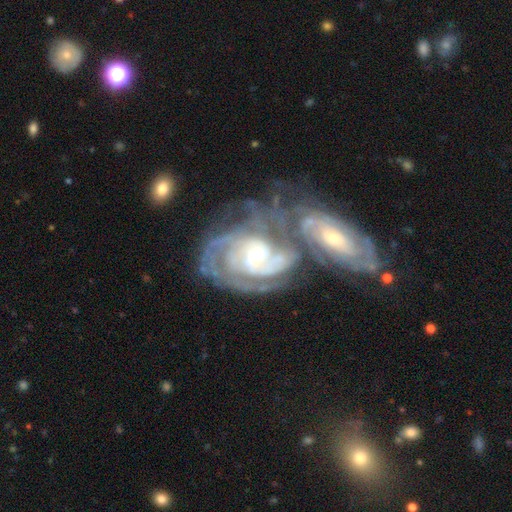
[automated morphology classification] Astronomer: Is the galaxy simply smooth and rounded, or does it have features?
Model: featured or disk — 90%.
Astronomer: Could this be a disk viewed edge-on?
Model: no — 96%.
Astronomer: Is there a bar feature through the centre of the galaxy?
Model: no — 66%.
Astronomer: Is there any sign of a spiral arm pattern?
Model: yes — 97%.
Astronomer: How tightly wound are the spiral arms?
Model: tight — 70%.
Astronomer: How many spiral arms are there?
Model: can't tell — 30% (runner-up: 3, 24%).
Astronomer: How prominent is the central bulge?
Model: small — 49% (runner-up: moderate, 47%).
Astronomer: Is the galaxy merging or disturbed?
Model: merger — 60%.